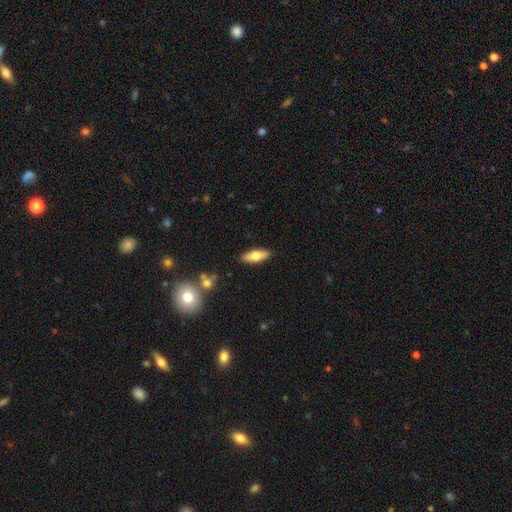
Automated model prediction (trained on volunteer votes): smooth-or-featured: smooth: 67% | featured or disk: 26% | star or artifact: 6%
  how-rounded: in between: 65% | cigar-shaped: 32% | round: 2%
  merging: none: 87% | minor disturbance: 9% | major disturbance: 2% | merger: 2%